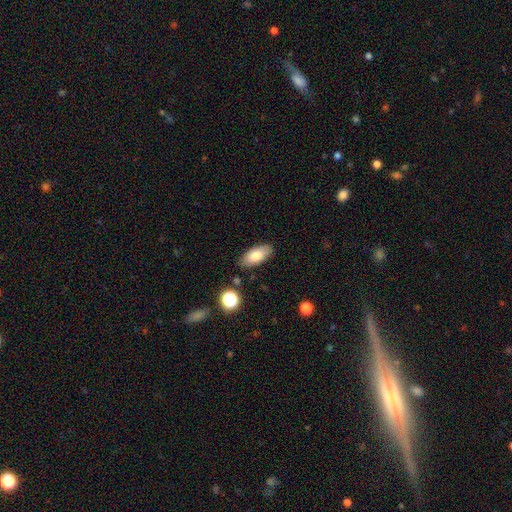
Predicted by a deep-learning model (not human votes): This appears to be a smooth galaxy with no disk features (78%) that is in between round and cigar-shaped (88%). Merging: none (85%).